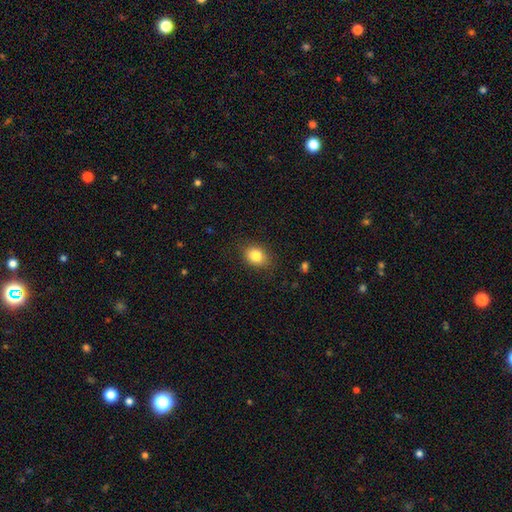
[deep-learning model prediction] A smooth galaxy with no disk features (83%) that is in between round and cigar-shaped (56%).

Vote fractions:
- Smooth or featured? smooth: 83% / star or artifact: 10% / featured or disk: 7%
- How rounded? in between: 56% / round: 43% / cigar-shaped: 1%
- Merging? none: 83% / minor disturbance: 13% / major disturbance: 3% / merger: 1%